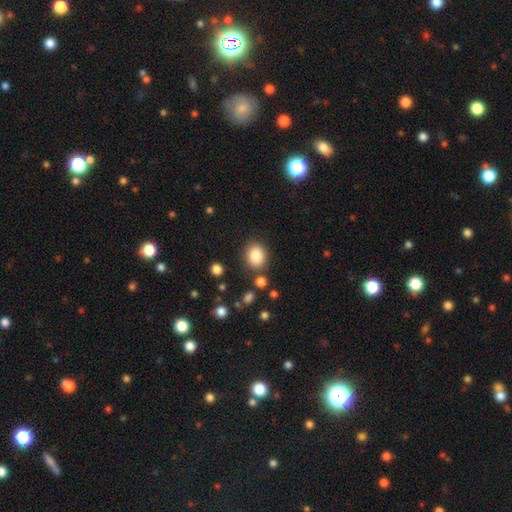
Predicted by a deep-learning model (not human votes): A smooth galaxy with no disk features (87%) that is round (56%). Merging: none (80%).